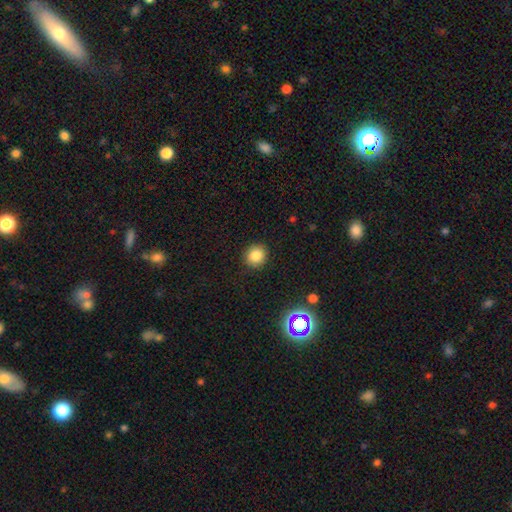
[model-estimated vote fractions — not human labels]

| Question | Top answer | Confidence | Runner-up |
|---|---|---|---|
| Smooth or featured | smooth | 85% | star or artifact (10%) |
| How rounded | round | 88% | in between (11%) |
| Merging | none | 90% | minor disturbance (7%) |